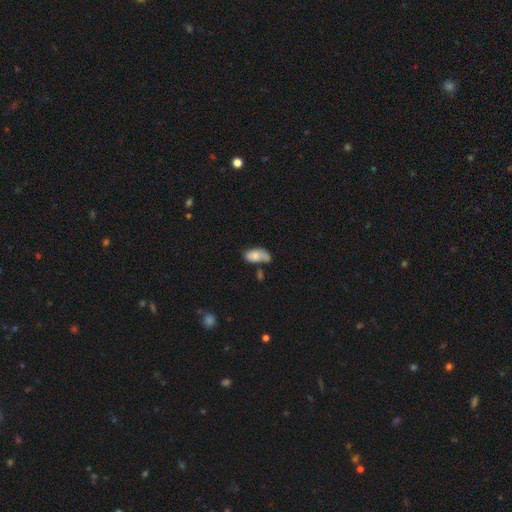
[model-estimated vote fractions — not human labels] A smooth galaxy with no disk features (73%) that is in between round and cigar-shaped (92%). Merging: none (34%).